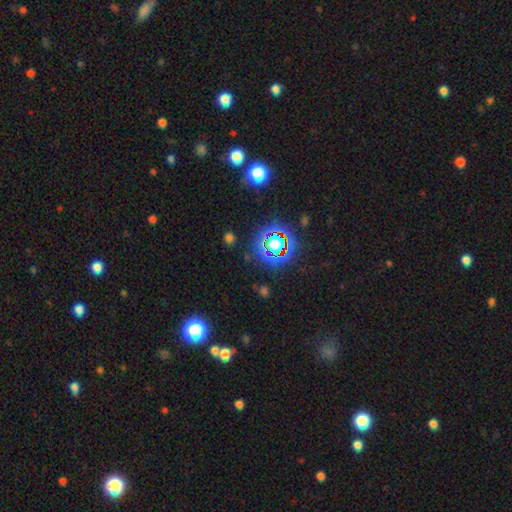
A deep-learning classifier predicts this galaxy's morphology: The model was most divided on "smooth or featured": star or artifact: 75%, smooth: 17%, featured or disk: 8%.